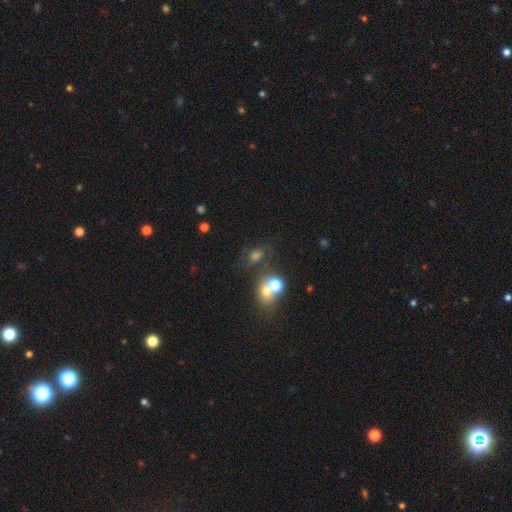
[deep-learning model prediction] A smooth galaxy with no disk features (55%) that is in between round and cigar-shaped (60%). Merging: none (51%).